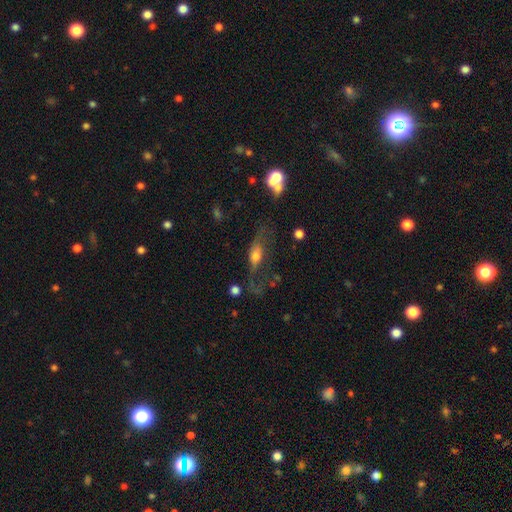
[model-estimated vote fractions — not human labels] smooth 46%, featured or disk 44%, star or artifact 11%. Down the decision tree: merging — none (38%).